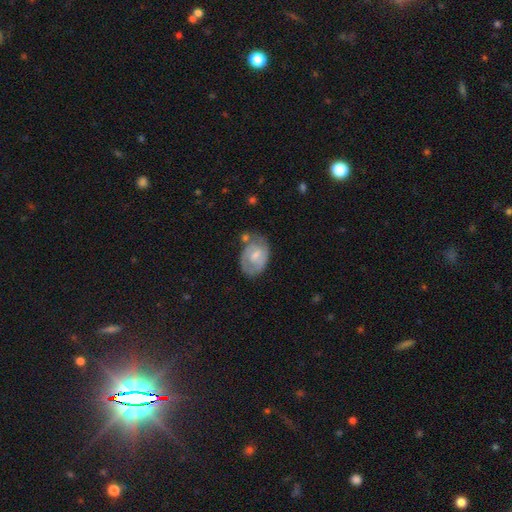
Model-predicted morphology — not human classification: Smooth or featured? Predicted: featured or disk (p=0.58). Edge-on disk? Predicted: no (p=0.96). Bar? Predicted: weak (p=0.50). Spiral arms? Predicted: yes (p=0.68). Bulge size? Predicted: moderate (p=0.43). Merging? Predicted: none (p=0.48).